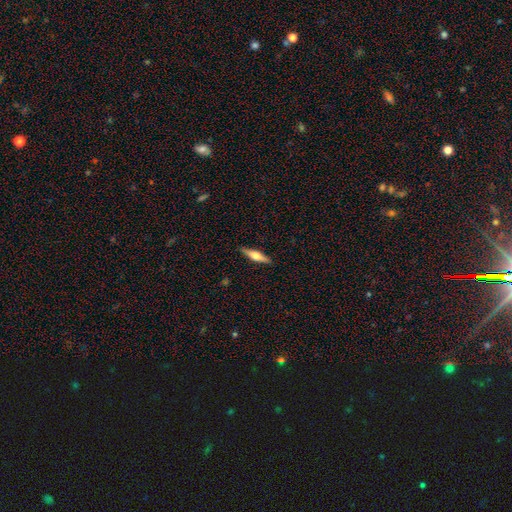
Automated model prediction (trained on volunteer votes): Q: Smooth or featured?
A: featured or disk (52%); runner-up: smooth (43%)
Q: Edge-on disk?
A: yes (95%); runner-up: no (5%)
Q: Merging?
A: none (90%); runner-up: minor disturbance (7%)